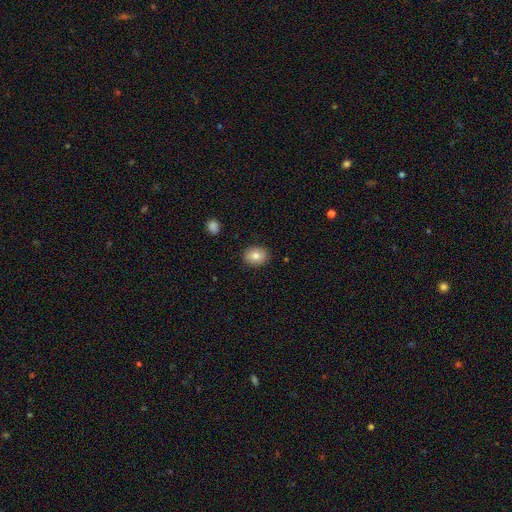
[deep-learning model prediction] This appears to be a smooth galaxy with no disk features (81%) that is in between round and cigar-shaped (54%). Merging: none (89%).